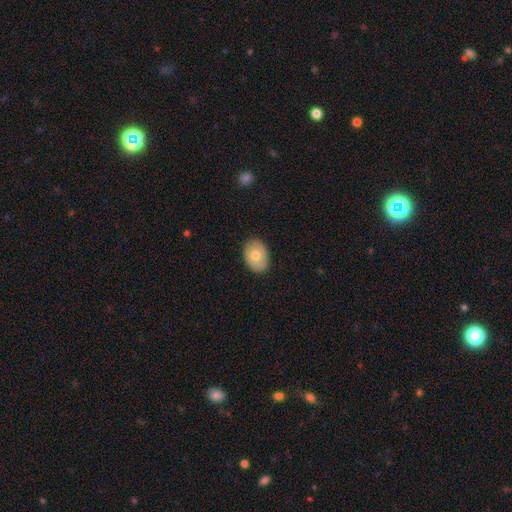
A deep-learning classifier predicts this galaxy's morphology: This appears to be a smooth galaxy with no disk features (71%) that is in between round and cigar-shaped (75%). Merging: none (87%).